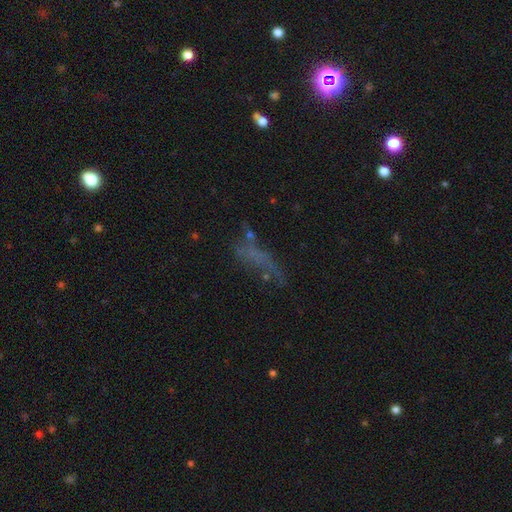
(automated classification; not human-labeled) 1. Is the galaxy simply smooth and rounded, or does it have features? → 43% smooth, 31% featured or disk, 26% star or artifact.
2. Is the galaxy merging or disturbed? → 43% none, 28% major disturbance, 21% minor disturbance, 8% merger.